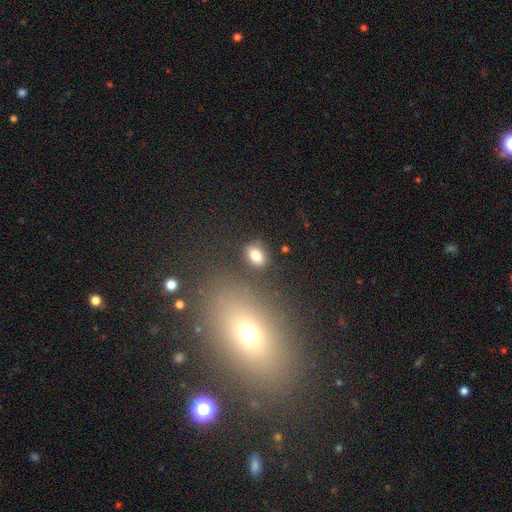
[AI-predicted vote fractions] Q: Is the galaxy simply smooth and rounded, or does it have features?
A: smooth — 80%.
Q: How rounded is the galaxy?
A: in between — 76%.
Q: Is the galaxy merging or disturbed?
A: none — 81%.